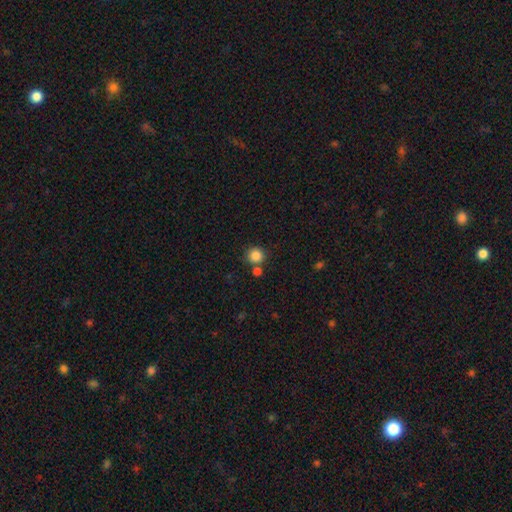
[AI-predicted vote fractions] A smooth galaxy with no disk features (85%) that is round (91%). Merging: none (71%).